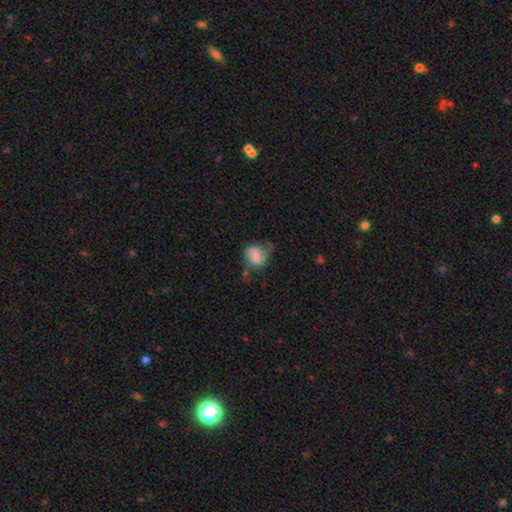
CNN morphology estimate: Smooth or featured: featured or disk — 51% (smooth — 41%)
Edge-on disk: no — 97% (yes — 3%)
Merging: none — 43% (minor disturbance — 30%)